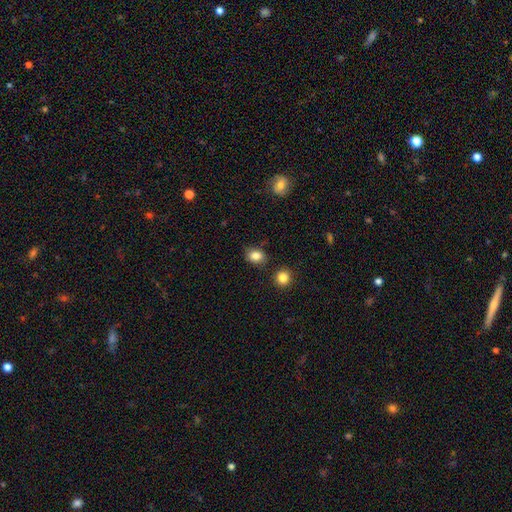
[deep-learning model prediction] A smooth galaxy with no disk features (85%) that is in between round and cigar-shaped (55%).

Vote fractions:
- Smooth or featured? smooth: 85% / star or artifact: 10% / featured or disk: 5%
- How rounded? in between: 55% / round: 43% / cigar-shaped: 1%
- Merging? none: 80% / minor disturbance: 13% / merger: 4% / major disturbance: 3%